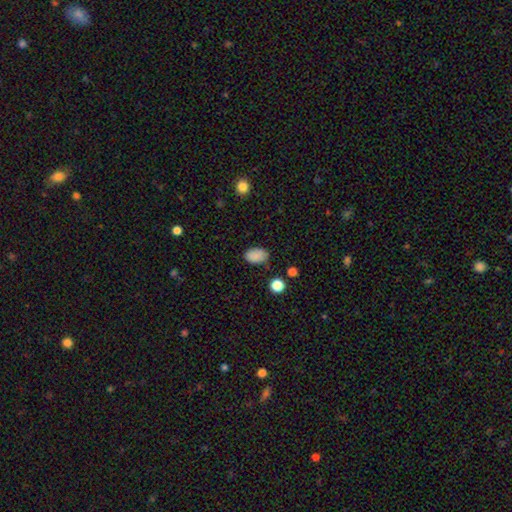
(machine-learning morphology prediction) Smooth or featured? Predicted: smooth (p=0.86). How rounded? Predicted: in between (p=0.87). Merging? Predicted: none (p=0.80).